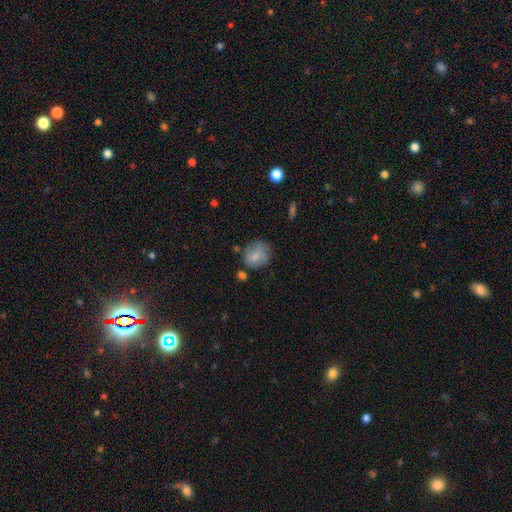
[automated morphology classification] Q: Smooth or featured?
A: smooth (74%); runner-up: featured or disk (18%)
Q: How rounded?
A: round (71%); runner-up: in between (28%)
Q: Merging?
A: none (62%); runner-up: minor disturbance (24%)